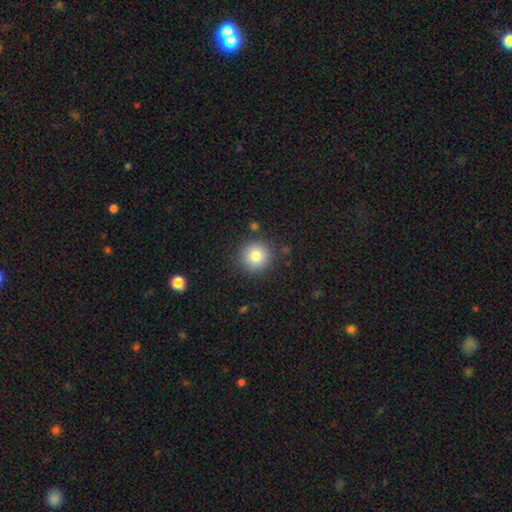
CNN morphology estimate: A smooth galaxy with no disk features (83%) that is round (94%).

Vote fractions:
- Smooth or featured? smooth: 83% / star or artifact: 10% / featured or disk: 7%
- How rounded? round: 94% / in between: 5% / cigar-shaped: 1%
- Merging? none: 87% / minor disturbance: 8% / major disturbance: 3% / merger: 2%